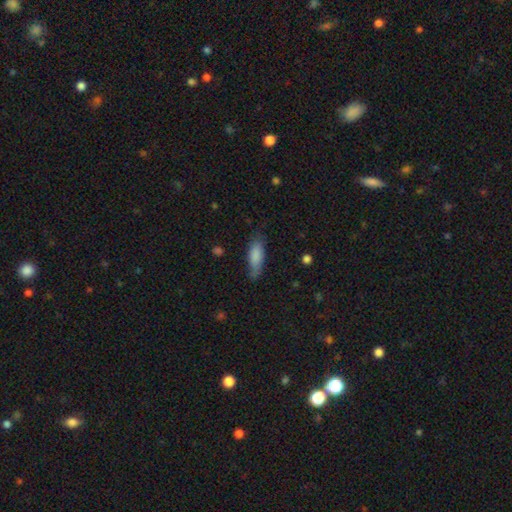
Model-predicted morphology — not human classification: type=smooth (82%); roundness=in between (67%); merging=none (62%).